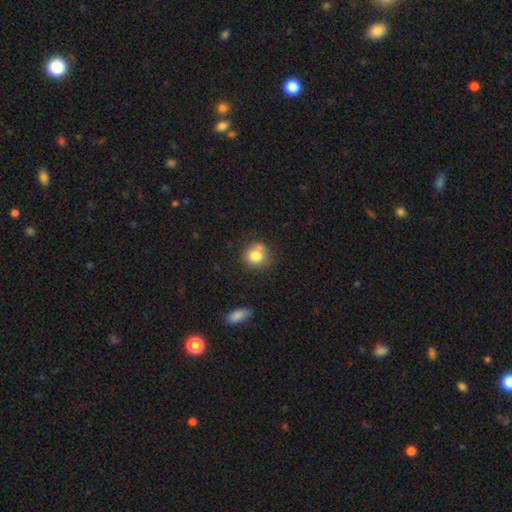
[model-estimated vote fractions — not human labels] This appears to be a smooth galaxy with no disk features (79%) that is round (82%). Merging: none (59%).